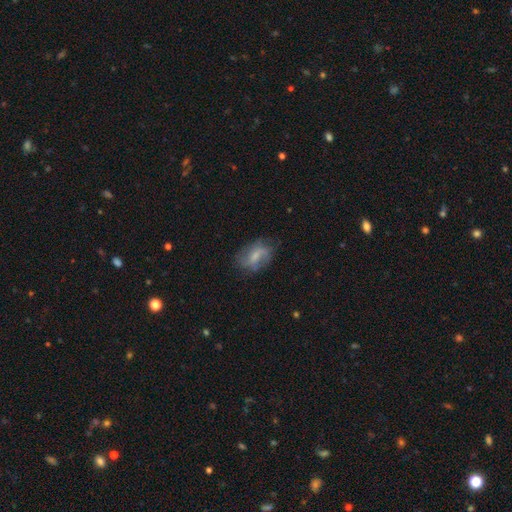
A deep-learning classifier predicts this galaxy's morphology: Q: Smooth or featured?
A: featured or disk (46%); tied with: smooth (46%)
Q: Merging?
A: none (63%); runner-up: minor disturbance (24%)